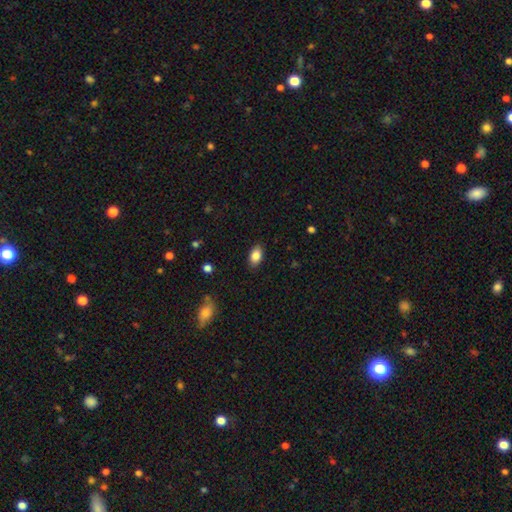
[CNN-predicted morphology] type=smooth (85%); roundness=in between (90%); merging=none (87%).